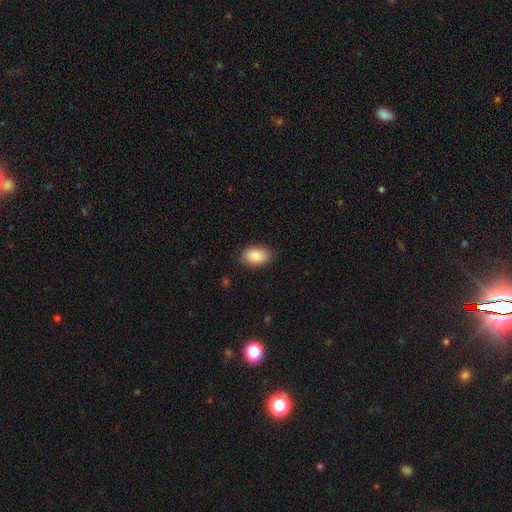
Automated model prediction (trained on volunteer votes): smooth 83%, featured or disk 10%, star or artifact 7%. Down the decision tree: how rounded — in between (90%); merging — none (85%).